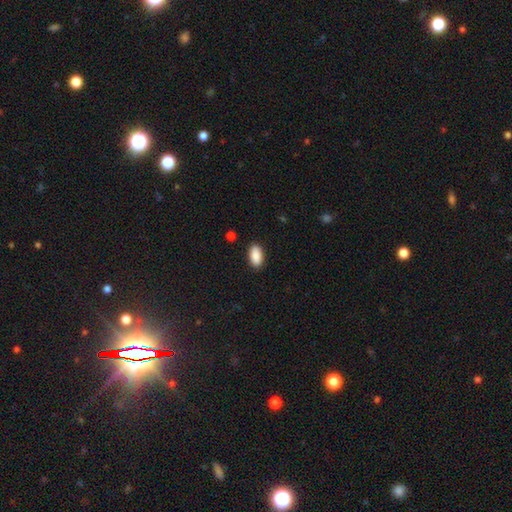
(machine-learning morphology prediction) smooth 90%, star or artifact 7%, featured or disk 4%. Down the decision tree: how rounded — in between (93%); merging — none (89%).